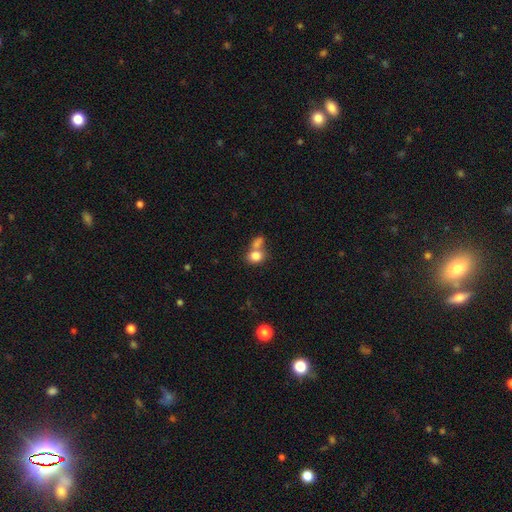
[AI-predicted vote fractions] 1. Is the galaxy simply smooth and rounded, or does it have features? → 80% smooth, 10% featured or disk, 10% star or artifact.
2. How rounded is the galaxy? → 51% round, 47% in between, 1% cigar-shaped.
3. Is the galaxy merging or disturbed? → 51% merger, 36% none, 9% minor disturbance, 5% major disturbance.